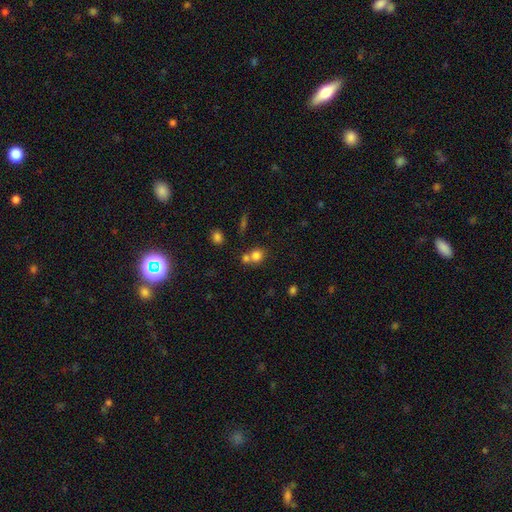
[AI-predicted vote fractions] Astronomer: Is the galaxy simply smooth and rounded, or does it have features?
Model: smooth — 78%.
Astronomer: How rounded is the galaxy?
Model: round — 79%.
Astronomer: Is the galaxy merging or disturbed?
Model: merger — 45% (runner-up: none, 43%).